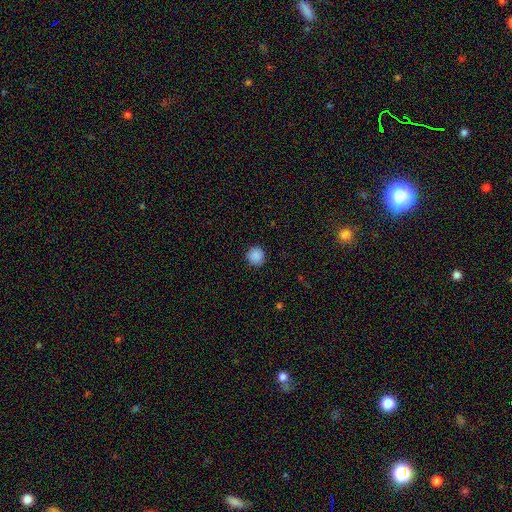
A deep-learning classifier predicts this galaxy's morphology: Overall: smooth (89%). How rounded: round (95%). Merging: none (92%).